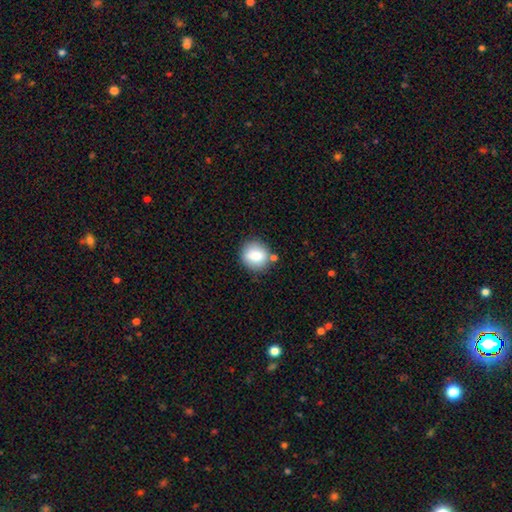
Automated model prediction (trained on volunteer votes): smooth_or_featured: smooth (p=0.81) [alt: featured or disk p=0.10]
how_rounded: round (p=0.82) [alt: in between p=0.17]
merging: none (p=0.78) [alt: minor disturbance p=0.12]